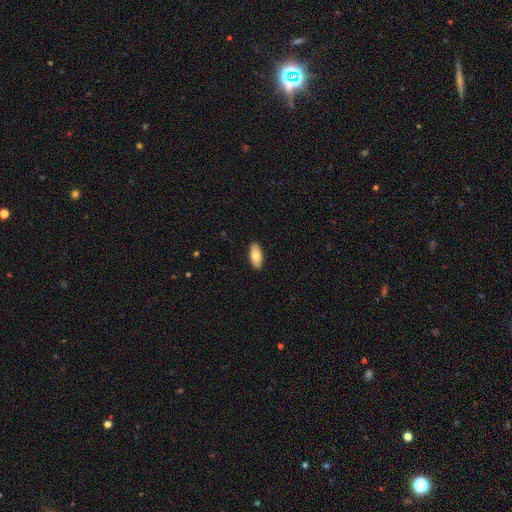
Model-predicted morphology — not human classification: The model was most divided on "smooth or featured": smooth: 81%, featured or disk: 13%, star or artifact: 6%. More confident: merging — none (90%); how rounded — in between (88%).